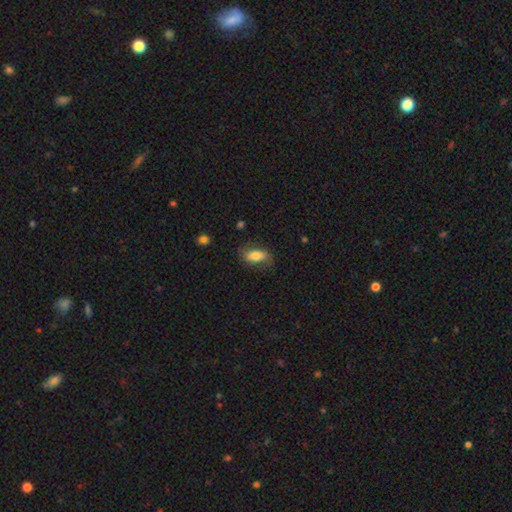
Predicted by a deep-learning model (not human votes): smooth-or-featured: smooth: 69% | featured or disk: 24% | star or artifact: 7%
  how-rounded: in between: 85% | cigar-shaped: 11% | round: 4%
  merging: none: 69% | minor disturbance: 20% | major disturbance: 9% | merger: 1%